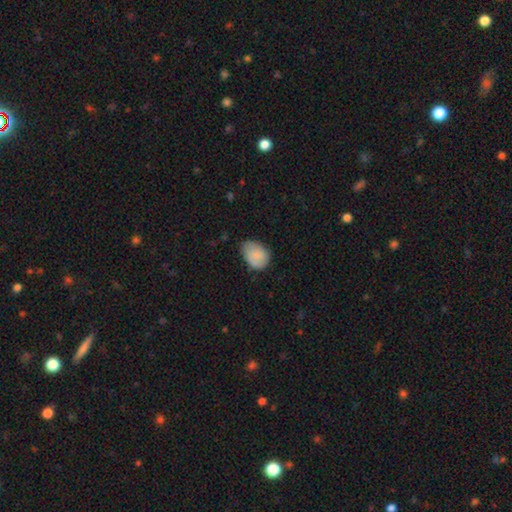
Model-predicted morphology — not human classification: Smooth or featured: smooth — 82% (featured or disk — 11%)
How rounded: in between — 73% (round — 26%)
Merging: none — 55% (minor disturbance — 37%)